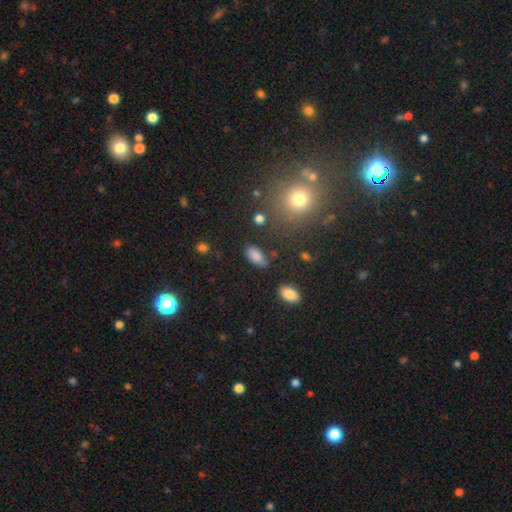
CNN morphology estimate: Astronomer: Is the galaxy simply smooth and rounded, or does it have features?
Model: smooth — 84%.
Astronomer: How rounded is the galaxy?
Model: in between — 92%.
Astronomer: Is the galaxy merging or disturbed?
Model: none — 70%.